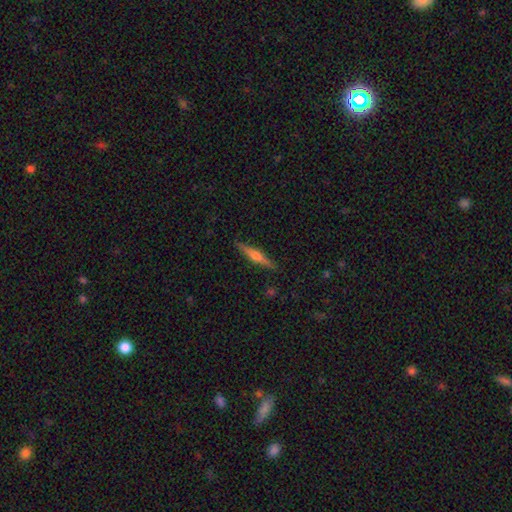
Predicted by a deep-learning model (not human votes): The model was most divided on "smooth or featured": featured or disk: 62%, smooth: 32%, star or artifact: 6%. More confident: edge-on disk — yes (97%); merging — none (89%); edge-on bulge — rounded (85%).